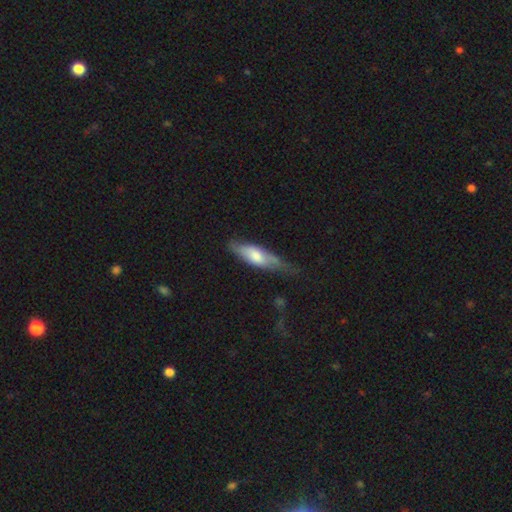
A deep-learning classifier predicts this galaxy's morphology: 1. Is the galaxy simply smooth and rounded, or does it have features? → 62% smooth, 32% featured or disk, 6% star or artifact.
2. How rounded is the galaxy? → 51% in between, 47% cigar-shaped, 2% round.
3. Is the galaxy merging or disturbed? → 41% none, 38% minor disturbance, 18% major disturbance, 3% merger.